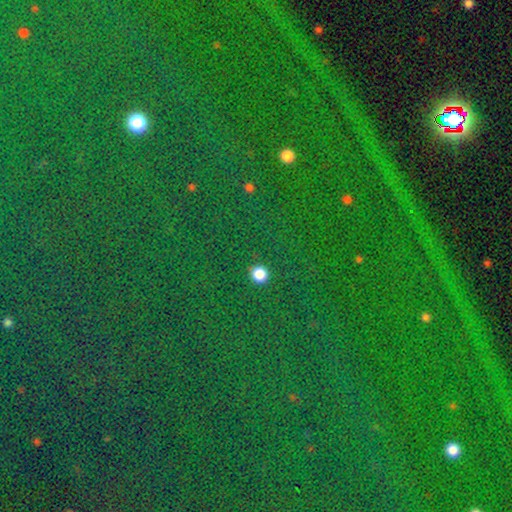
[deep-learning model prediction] smooth-or-featured: star or artifact: 84% | smooth: 9% | featured or disk: 7%